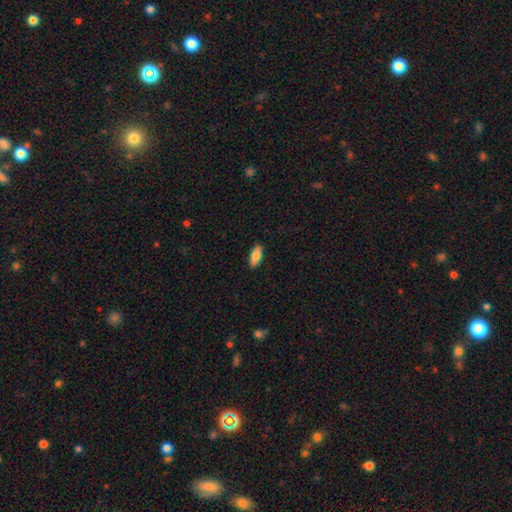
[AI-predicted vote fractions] Smooth or featured? Predicted: smooth (p=0.82). How rounded? Predicted: in between (p=0.76). Merging? Predicted: none (p=0.89).